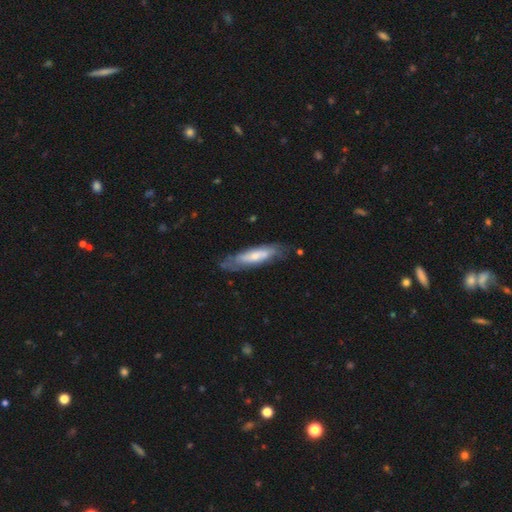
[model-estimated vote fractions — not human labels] featured or disk 53%, smooth 41%, star or artifact 6%. Down the decision tree: edge-on disk — no (57%); merging — none (67%).